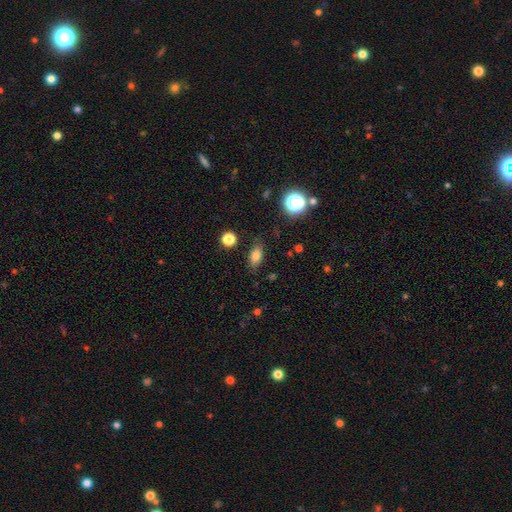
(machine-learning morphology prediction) This appears to be a smooth galaxy with no disk features (79%) that is in between round and cigar-shaped (81%). Merging: none (82%).